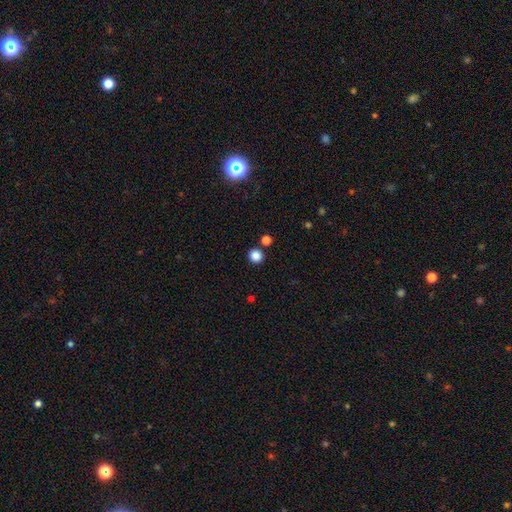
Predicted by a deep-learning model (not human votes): smooth-or-featured: smooth: 85% | star or artifact: 12% | featured or disk: 3%
  how-rounded: round: 94% | in between: 5% | cigar-shaped: 1%
  merging: none: 88% | minor disturbance: 5% | merger: 5% | major disturbance: 2%